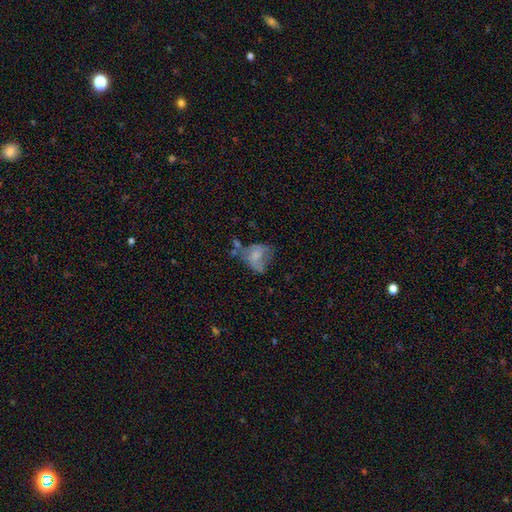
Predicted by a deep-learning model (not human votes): Overall: smooth (56%; featured or disk 33%). How rounded: in between (61%; round 37%). Merging: major disturbance (32%; none 27%).